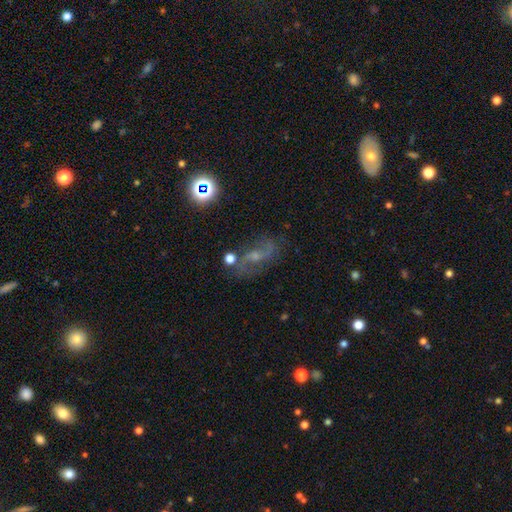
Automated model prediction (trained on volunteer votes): A featured or disk galaxy (64%) with a weak bar (47%), 2 (82%) loose (55%) spiral arms (87%) and a small central bulge (55%). Merging: none (62%).